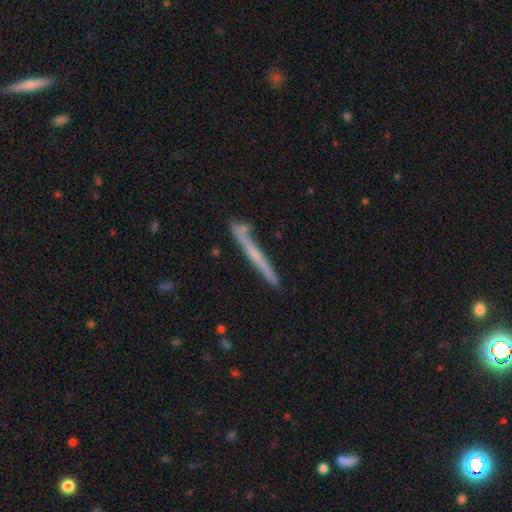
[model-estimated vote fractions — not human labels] Smooth or featured: featured or disk — 55% (smooth — 38%)
Edge-on disk: yes — 94% (no — 6%)
Edge-on bulge: none — 66% (rounded — 28%)
Merging: none — 75% (minor disturbance — 16%)